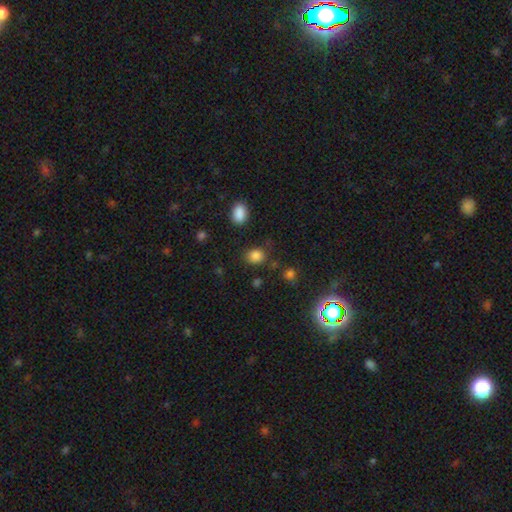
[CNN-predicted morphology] Smooth or featured? smooth (83%)
How rounded? round (61%)
Merging? none (79%)